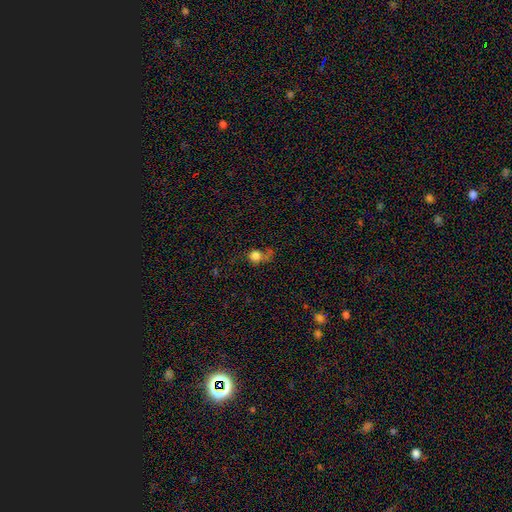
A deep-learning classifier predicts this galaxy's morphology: smooth-or-featured: smooth: 73% | featured or disk: 14% | star or artifact: 13%
  how-rounded: round: 79% | in between: 20% | cigar-shaped: 1%
  merging: major disturbance: 36% | none: 33% | minor disturbance: 20% | merger: 11%